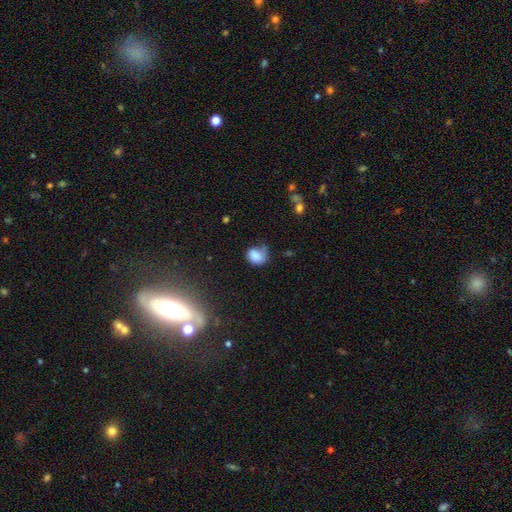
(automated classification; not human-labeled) Smooth or featured? Predicted: smooth (p=0.73). How rounded? Predicted: round (p=0.56). Merging? Predicted: none (p=0.36).